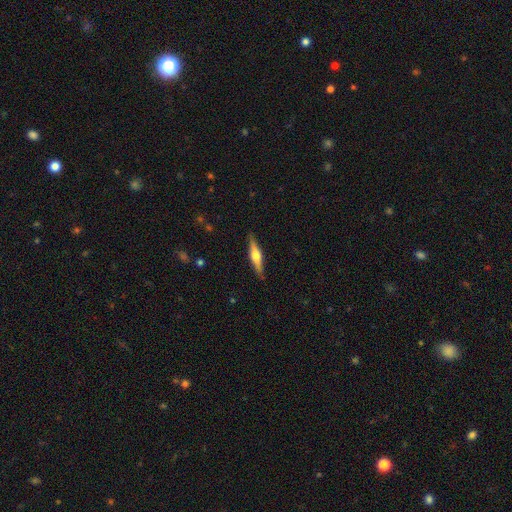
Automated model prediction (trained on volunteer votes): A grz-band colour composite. It shows a featured or disk galaxy (63%) viewed edge-on (97%) with a rounded central bulge (87%). Merging: none (88%).